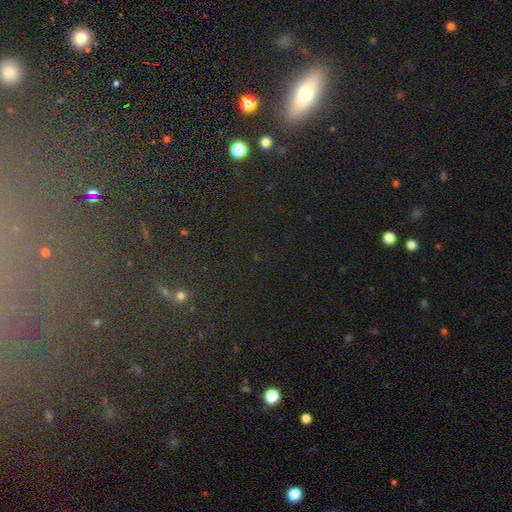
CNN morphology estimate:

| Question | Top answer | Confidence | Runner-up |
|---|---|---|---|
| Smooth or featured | star or artifact | 49% | smooth (34%) |